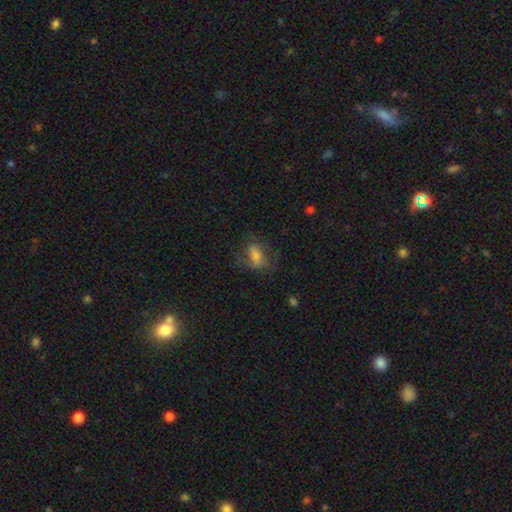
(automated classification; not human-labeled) Smooth or featured? Predicted: smooth (p=0.55). How rounded? Predicted: in between (p=0.79). Merging? Predicted: none (p=0.56).